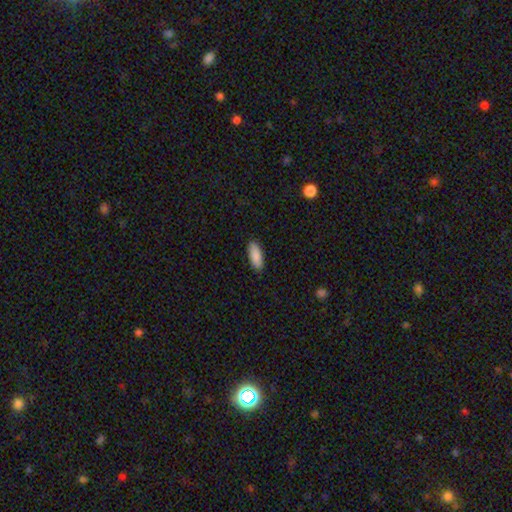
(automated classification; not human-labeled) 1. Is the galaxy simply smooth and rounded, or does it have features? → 90% smooth, 6% star or artifact, 4% featured or disk.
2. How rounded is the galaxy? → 76% in between, 22% cigar-shaped, 2% round.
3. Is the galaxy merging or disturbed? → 90% none, 8% minor disturbance, 2% major disturbance, 1% merger.